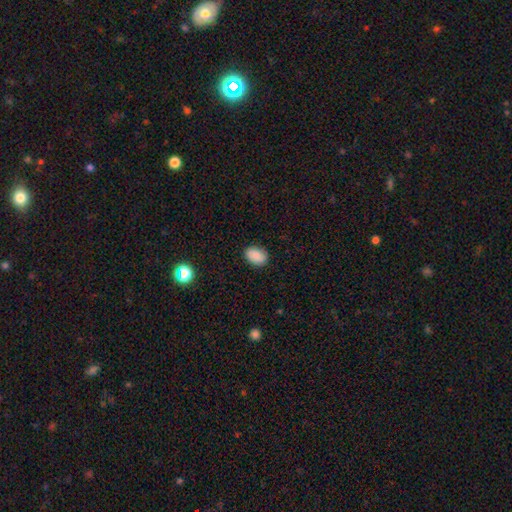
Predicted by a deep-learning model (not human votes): This is clearly a smooth galaxy (85%). How rounded: clearly in between (84%). Merging: clearly none (86%).